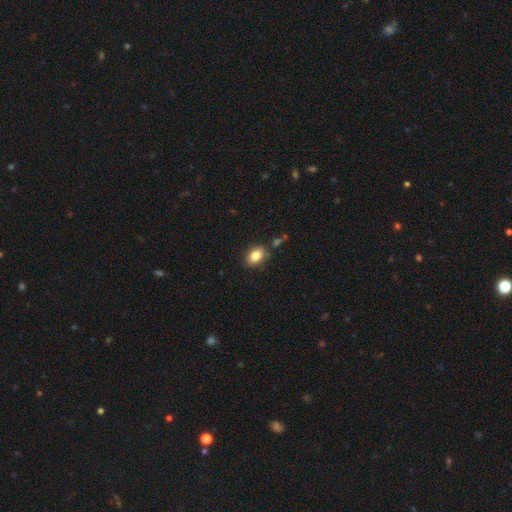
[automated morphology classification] Overall: smooth (83%). How rounded: in between (75%). Merging: none (81%).